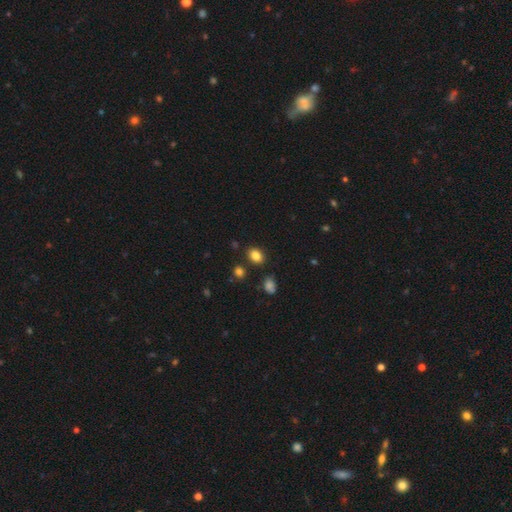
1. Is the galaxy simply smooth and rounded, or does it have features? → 88% smooth, 8% star or artifact, 5% featured or disk.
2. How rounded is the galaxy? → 71% in between, 29% round, 0% cigar-shaped.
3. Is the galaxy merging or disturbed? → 81% none, 11% minor disturbance, 5% merger, 3% major disturbance.